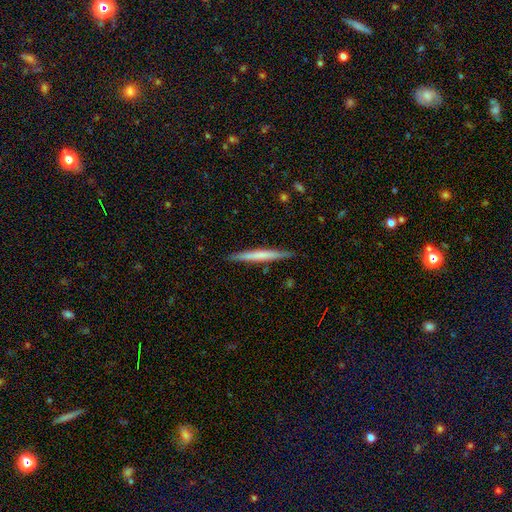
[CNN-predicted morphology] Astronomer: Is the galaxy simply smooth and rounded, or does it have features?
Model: smooth — 51% (runner-up: featured or disk, 43%).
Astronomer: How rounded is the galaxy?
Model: cigar-shaped — 97%.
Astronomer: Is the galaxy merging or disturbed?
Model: none — 89%.